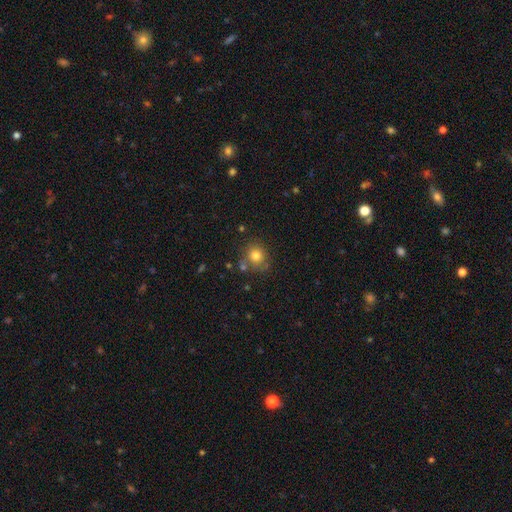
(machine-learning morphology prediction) type=smooth (79%); roundness=round (79%); merging=none (69%).